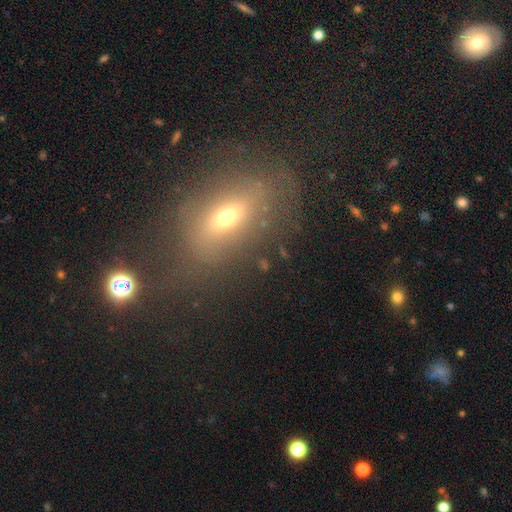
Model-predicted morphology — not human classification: A smooth galaxy with no disk features (41%).

Vote fractions:
- Smooth or featured? smooth: 41% / featured or disk: 38% / star or artifact: 20%
- Merging? none: 71% / minor disturbance: 16% / major disturbance: 10% / merger: 3%